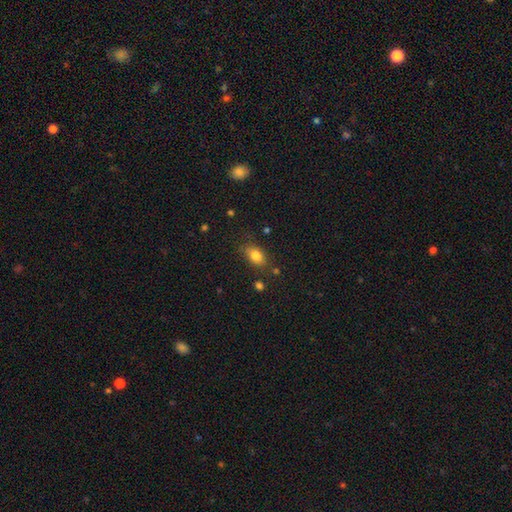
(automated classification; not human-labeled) This appears to be a smooth galaxy with no disk features (82%) that is in between round and cigar-shaped (80%). Merging: none (74%).